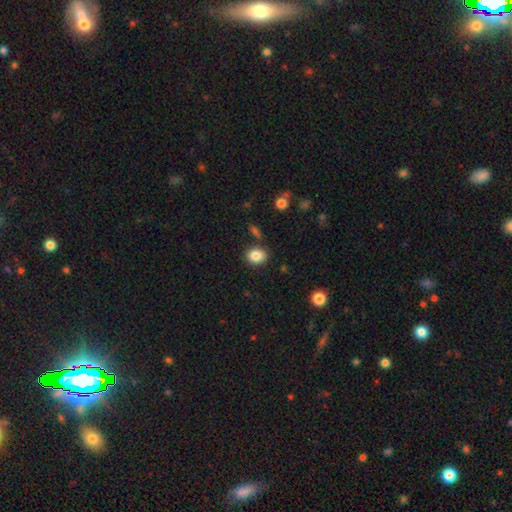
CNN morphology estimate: The model was most divided on "how rounded": round: 58%, in between: 41%, cigar-shaped: 1%. More confident: smooth or featured — smooth (85%); merging — none (83%).